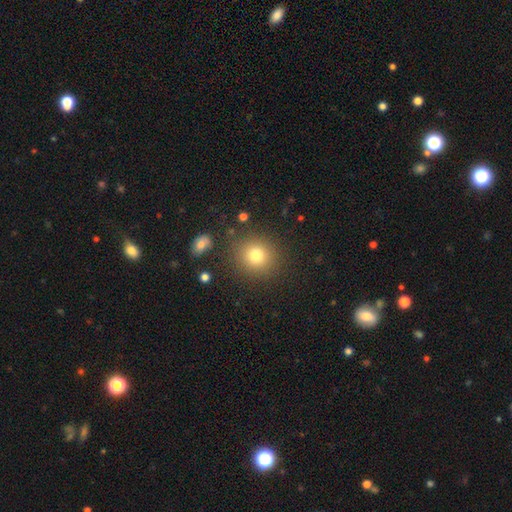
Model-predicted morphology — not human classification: smooth-or-featured: smooth: 78% | star or artifact: 14% | featured or disk: 9%
  how-rounded: round: 88% | in between: 11% | cigar-shaped: 1%
  merging: none: 86% | minor disturbance: 8% | major disturbance: 4% | merger: 3%